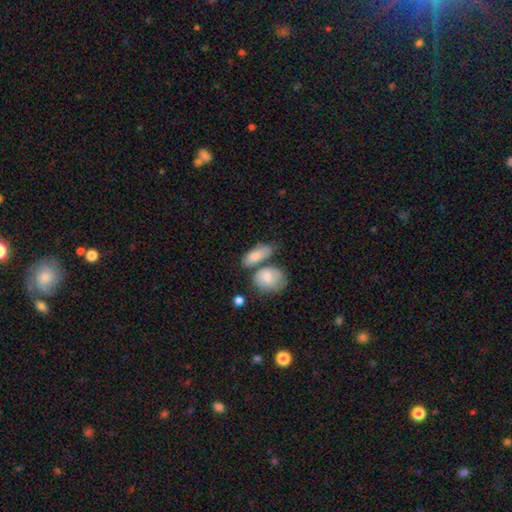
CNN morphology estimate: This appears to be a smooth galaxy with no disk features (78%) that is in between round and cigar-shaped (82%). Merging: none (46%).